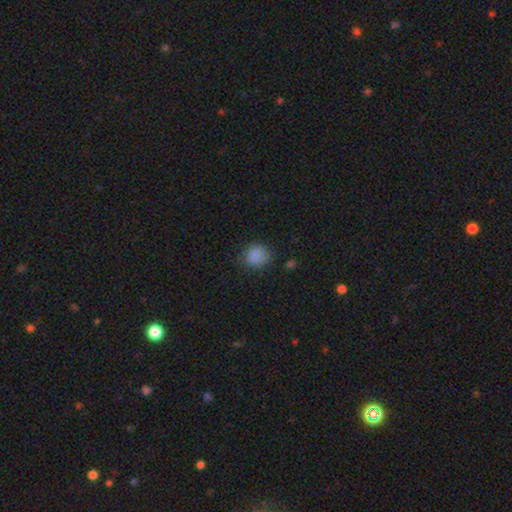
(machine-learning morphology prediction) Smooth or featured? smooth (85%)
How rounded? round (79%)
Merging? none (79%)